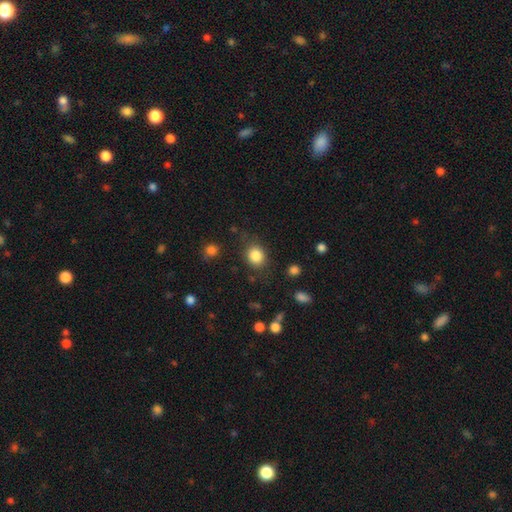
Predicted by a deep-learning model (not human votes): Q: Smooth or featured?
A: smooth (85%); runner-up: star or artifact (10%)
Q: How rounded?
A: round (68%); runner-up: in between (31%)
Q: Merging?
A: none (78%); runner-up: minor disturbance (14%)